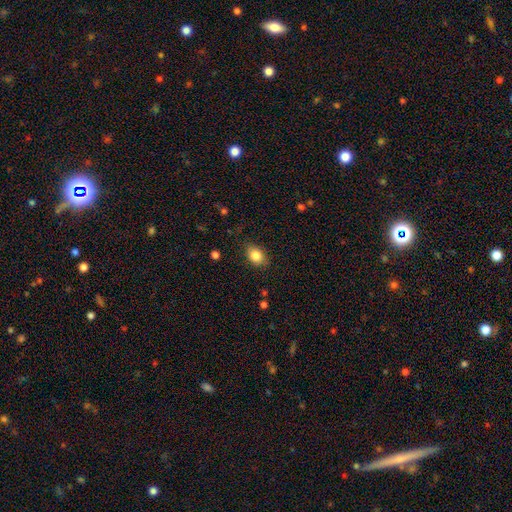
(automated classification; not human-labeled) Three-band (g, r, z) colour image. It shows a smooth galaxy with no disk features (84%) that is in between round and cigar-shaped (70%). Merging: none (82%).